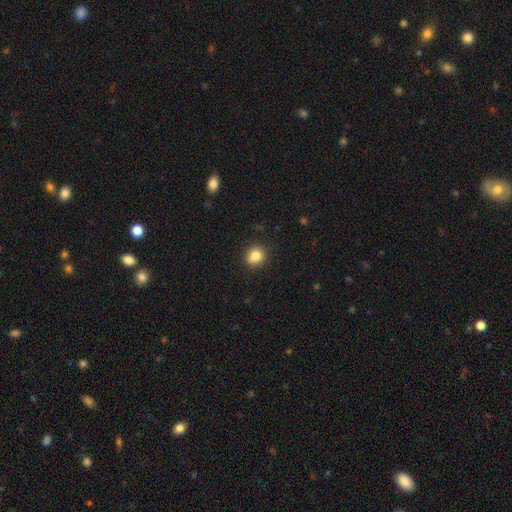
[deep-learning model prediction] smooth 84%, star or artifact 10%, featured or disk 6%. Down the decision tree: how rounded — round (80%); merging — none (86%).